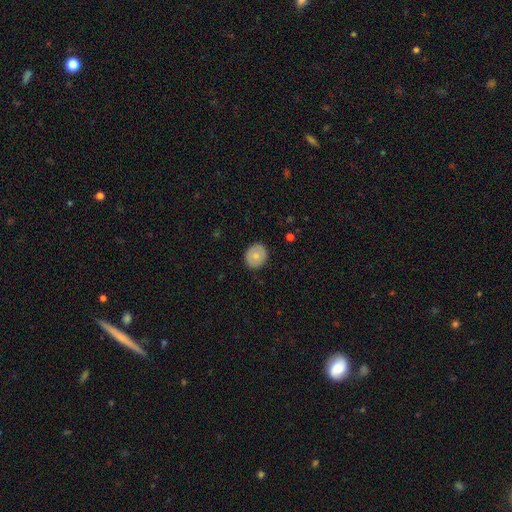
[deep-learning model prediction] A smooth galaxy with no disk features (72%) that is round (71%). Merging: none (87%).